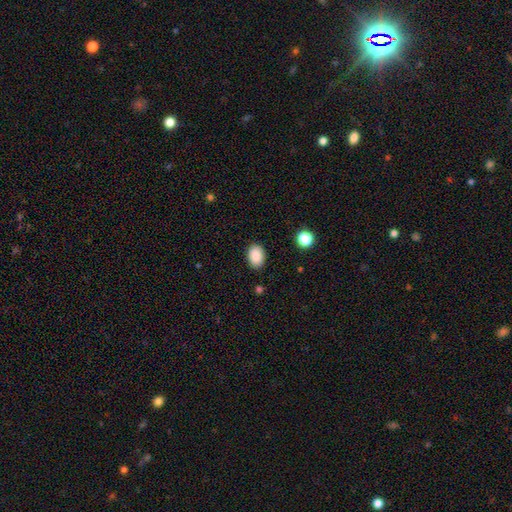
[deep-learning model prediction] smooth-or-featured: smooth: 89% | star or artifact: 8% | featured or disk: 3%
  how-rounded: in between: 81% | round: 18% | cigar-shaped: 1%
  merging: none: 88% | minor disturbance: 9% | major disturbance: 2% | merger: 1%